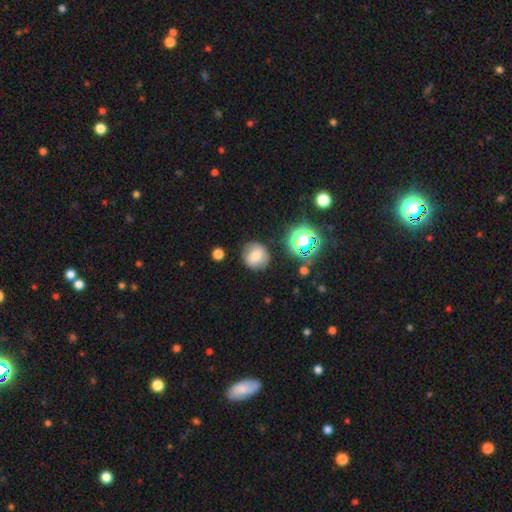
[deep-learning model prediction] Smooth or featured? Predicted: smooth (p=0.69). How rounded? Predicted: round (p=0.88). Merging? Predicted: none (p=0.82).